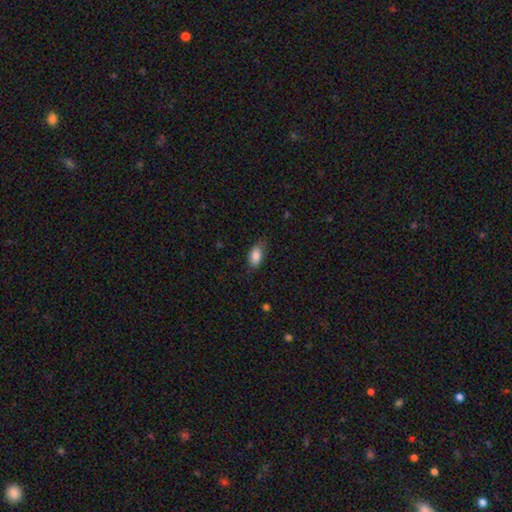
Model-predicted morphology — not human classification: smooth 85%, featured or disk 8%, star or artifact 7%. Down the decision tree: how rounded — in between (90%); merging — none (72%).